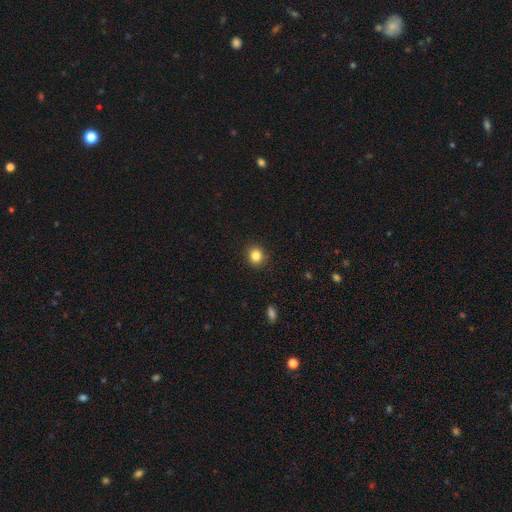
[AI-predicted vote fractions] This is clearly a smooth galaxy (84%). How rounded: clearly round (85%). Merging: clearly none (91%).